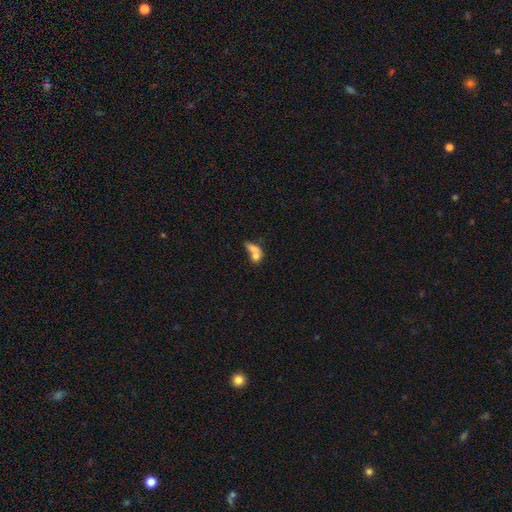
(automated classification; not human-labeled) smooth-or-featured: smooth: 68% | featured or disk: 22% | star or artifact: 10%
  how-rounded: in between: 64% | round: 29% | cigar-shaped: 7%
  merging: merger: 64% | none: 17% | major disturbance: 10% | minor disturbance: 8%